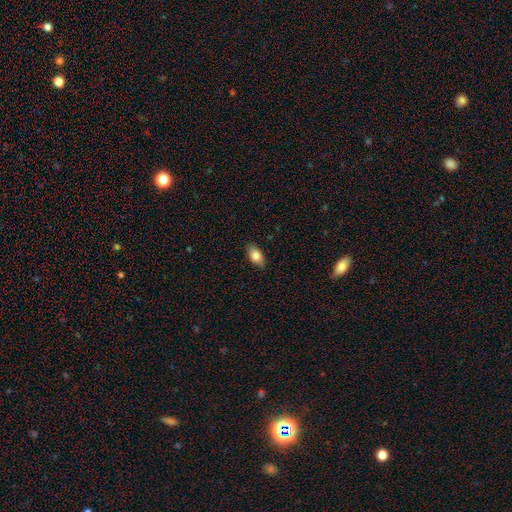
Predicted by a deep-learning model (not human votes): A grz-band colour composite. It shows a smooth galaxy with no disk features (81%) that is in between round and cigar-shaped (89%). Merging: none (82%).